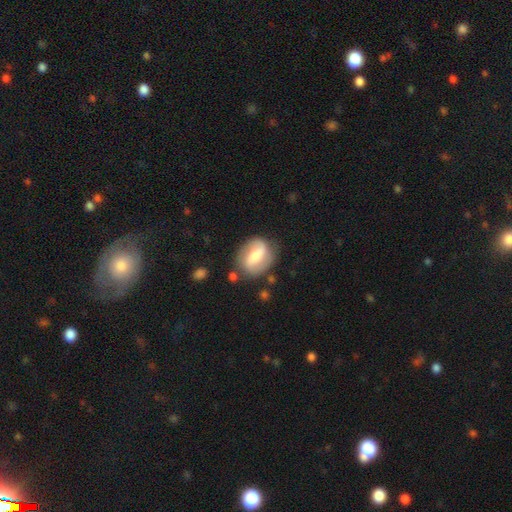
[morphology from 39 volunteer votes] smooth_or_featured: featured or disk (p=0.54) [alt: smooth p=0.38]
disk_edge_on: no (p=0.86) [alt: yes p=0.14]
bar: strong (p=0.39) [tied with: no p=0.39]
has_spiral_arms: yes (p=0.83) [alt: no p=0.17]
spiral_winding: loose (p=0.67) [alt: medium p=0.27]
spiral_arm_count: 2 (p=1.00)
bulge_size: moderate (p=0.56) [alt: large p=0.22]
merging: none (p=0.78) [alt: minor disturbance p=0.11]